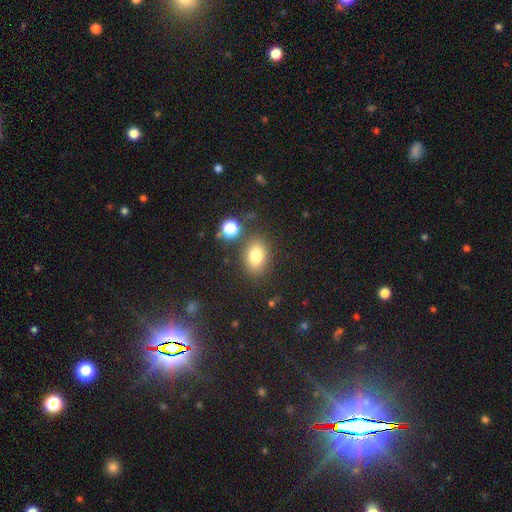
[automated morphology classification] Smooth or featured: smooth — 79% (star or artifact — 12%)
How rounded: in between — 71% (round — 27%)
Merging: none — 79% (minor disturbance — 11%)